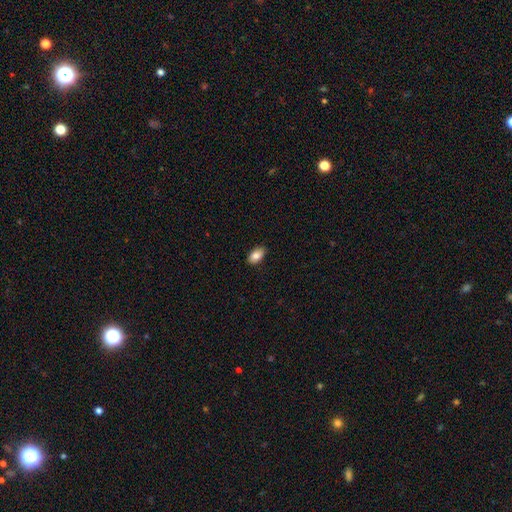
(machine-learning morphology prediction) Smooth or featured? Predicted: smooth (p=0.83). How rounded? Predicted: in between (p=0.93). Merging? Predicted: none (p=0.88).